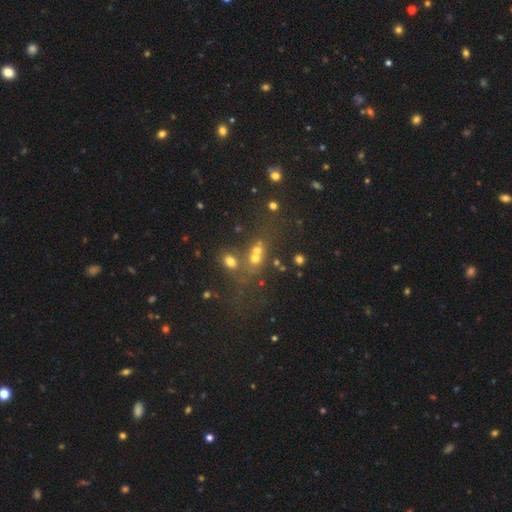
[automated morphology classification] A smooth galaxy with no disk features (49%).

Vote fractions:
- Smooth or featured? smooth: 49% / star or artifact: 31% / featured or disk: 20%
- Merging? merger: 45% / none: 38% / minor disturbance: 9% / major disturbance: 8%